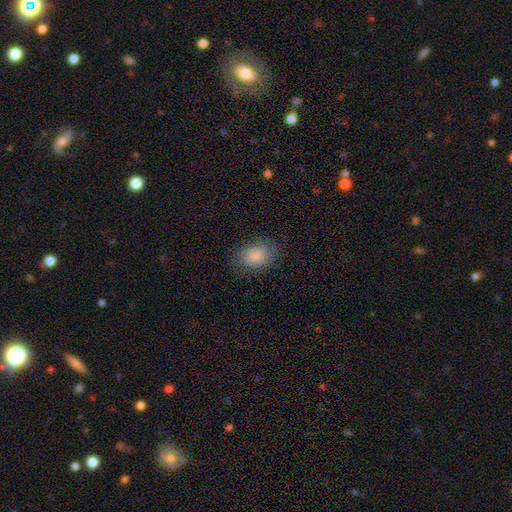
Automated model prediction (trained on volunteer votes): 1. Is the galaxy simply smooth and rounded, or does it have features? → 82% smooth, 10% featured or disk, 8% star or artifact.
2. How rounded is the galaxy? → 79% in between, 20% round, 1% cigar-shaped.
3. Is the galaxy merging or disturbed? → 76% none, 17% minor disturbance, 6% major disturbance, 1% merger.